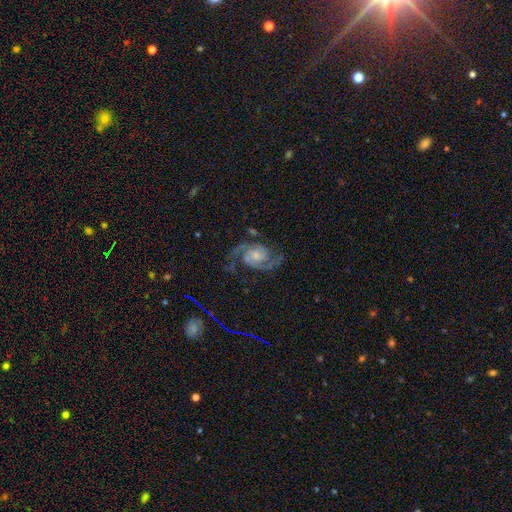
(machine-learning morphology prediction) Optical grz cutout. It shows a featured or disk galaxy (91%) with no bar (63%), 2 (92%) medium (59%) spiral arms (98%) and a small central bulge (46%). Merging: none (75%).